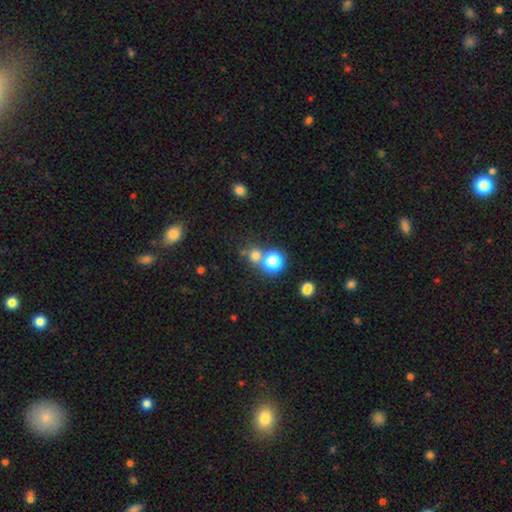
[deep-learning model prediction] The model was most divided on "merging": none: 57%, merger: 33%, minor disturbance: 7%, major disturbance: 3%. More confident: how rounded — round (87%); smooth or featured — smooth (72%).